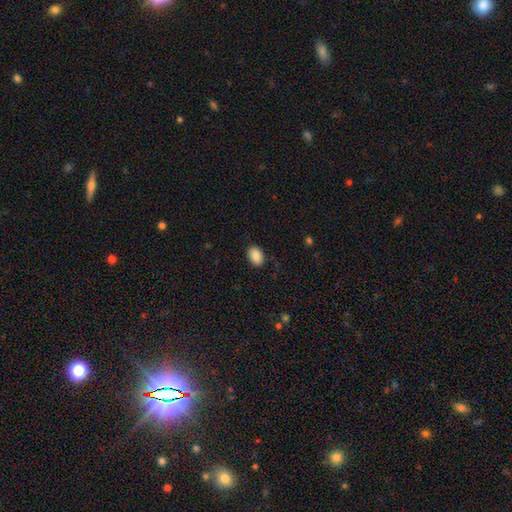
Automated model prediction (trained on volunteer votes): Smooth or featured? Predicted: smooth (p=0.90). How rounded? Predicted: in between (p=0.84). Merging? Predicted: none (p=0.88).